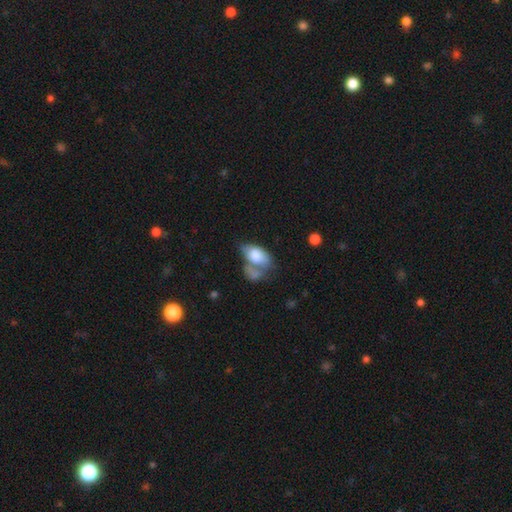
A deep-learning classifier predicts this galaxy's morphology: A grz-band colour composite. It shows a smooth galaxy with no disk features (71%) that is in between round and cigar-shaped (90%). Merging: merger (44%).